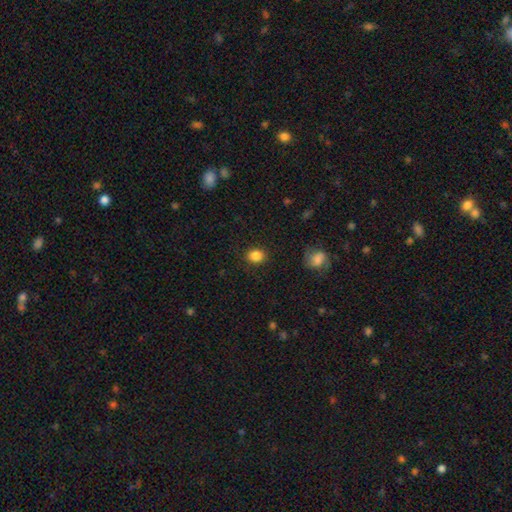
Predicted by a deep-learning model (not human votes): A smooth galaxy with no disk features (85%) that is round (74%). Merging: none (88%).